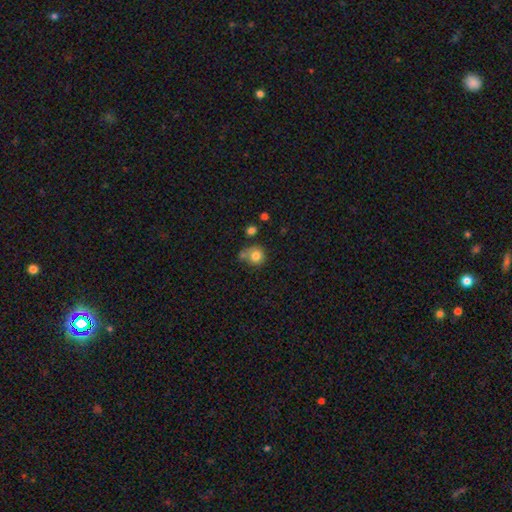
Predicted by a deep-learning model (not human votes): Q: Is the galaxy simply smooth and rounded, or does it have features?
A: smooth — 79%.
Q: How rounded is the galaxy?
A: round — 84%.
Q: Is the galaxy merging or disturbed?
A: none — 49%.